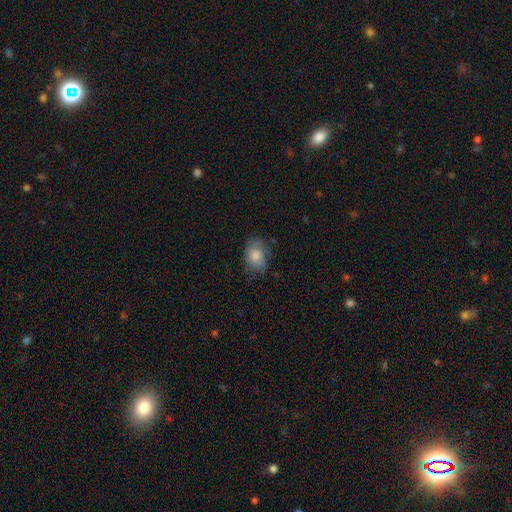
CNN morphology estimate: smooth-or-featured: smooth: 80% | featured or disk: 13% | star or artifact: 7%
  how-rounded: in between: 74% | round: 25% | cigar-shaped: 1%
  merging: none: 65% | minor disturbance: 25% | major disturbance: 8% | merger: 1%